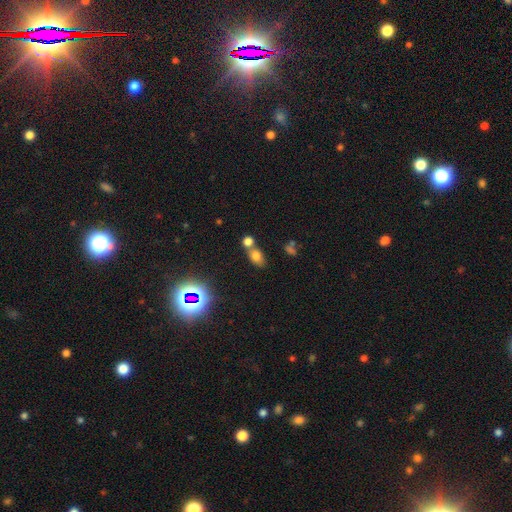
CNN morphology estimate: This is likely a smooth galaxy (70%). How rounded: likely in between (73%). Merging: possibly none (46%).